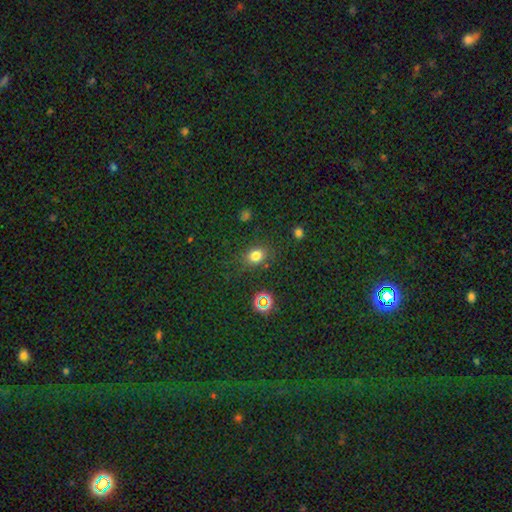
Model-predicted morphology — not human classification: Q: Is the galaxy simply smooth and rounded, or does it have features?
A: smooth — 74%.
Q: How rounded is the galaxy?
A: in between — 50%.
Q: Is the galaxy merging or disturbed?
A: none — 79%.